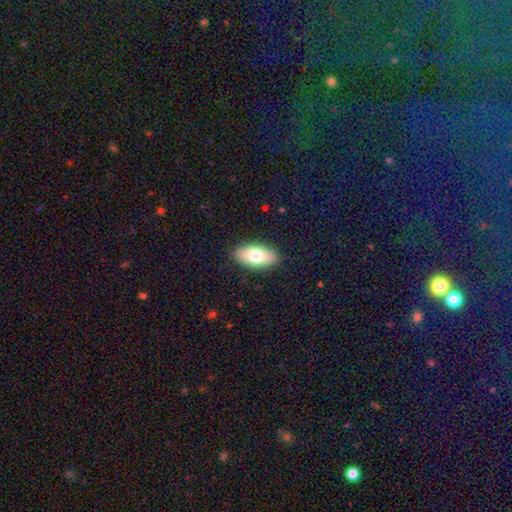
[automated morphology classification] smooth_or_featured: smooth (p=0.76) [alt: featured or disk p=0.17]
how_rounded: in between (p=0.90) [alt: cigar-shaped p=0.07]
merging: none (p=0.88) [alt: minor disturbance p=0.09]